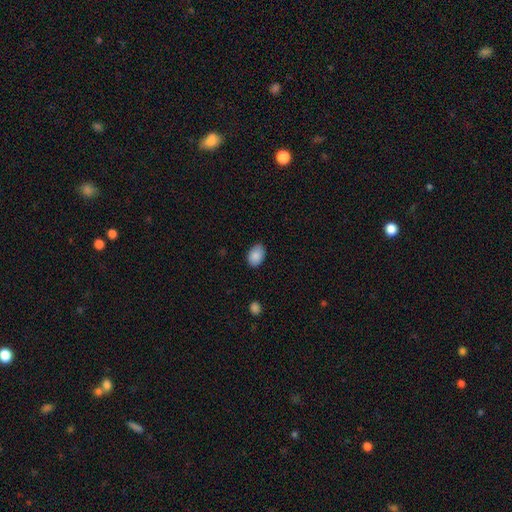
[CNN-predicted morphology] This is clearly a smooth galaxy (89%). How rounded: clearly in between (85%). Merging: clearly none (85%).